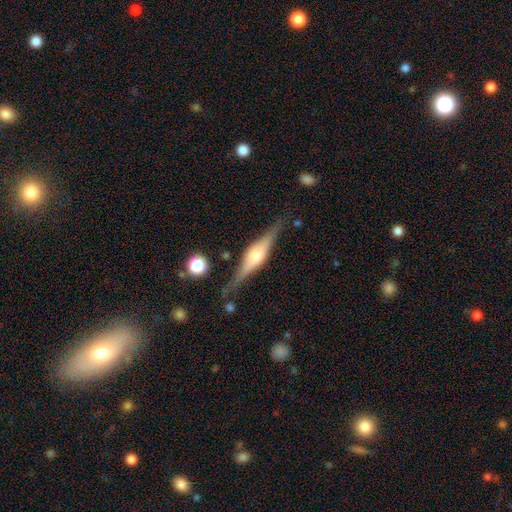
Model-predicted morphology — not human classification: Q: Smooth or featured?
A: featured or disk (78%); runner-up: smooth (17%)
Q: Edge-on disk?
A: yes (97%); runner-up: no (3%)
Q: Edge-on bulge?
A: rounded (84%); runner-up: boxy (13%)
Q: Merging?
A: none (83%); runner-up: minor disturbance (12%)